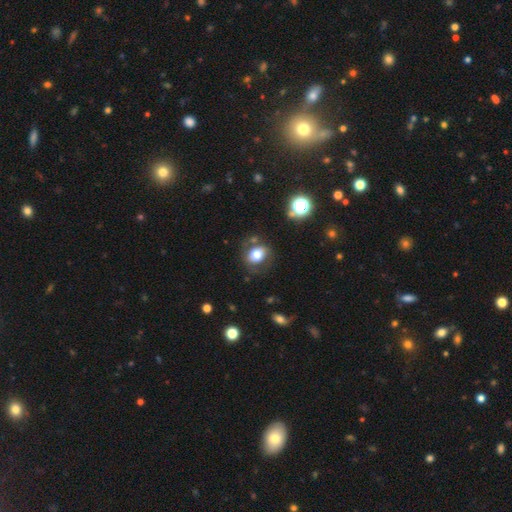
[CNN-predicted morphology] Smooth or featured: smooth — 70% (featured or disk — 17%)
How rounded: in between — 50% (round — 49%)
Merging: none — 75% (minor disturbance — 14%)